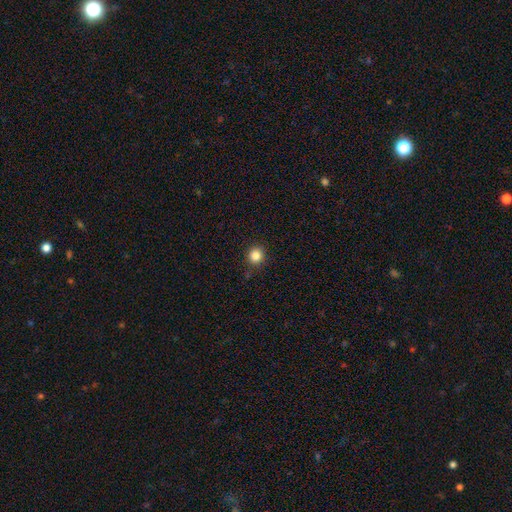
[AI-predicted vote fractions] Q: Smooth or featured?
A: smooth (85%); runner-up: star or artifact (11%)
Q: How rounded?
A: round (90%); runner-up: in between (9%)
Q: Merging?
A: none (89%); runner-up: minor disturbance (8%)